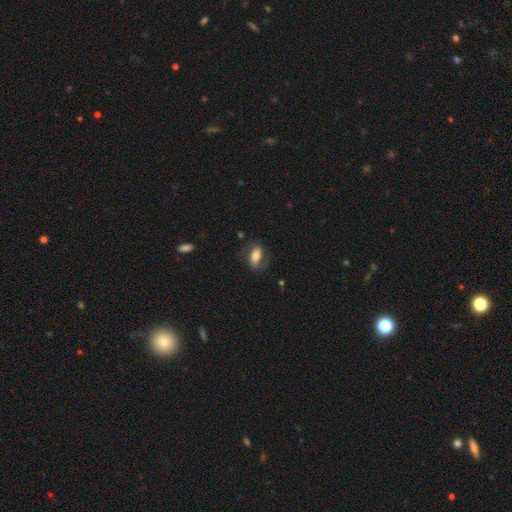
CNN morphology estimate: This is possibly a smooth galaxy (49%). Merging: likely none (67%).